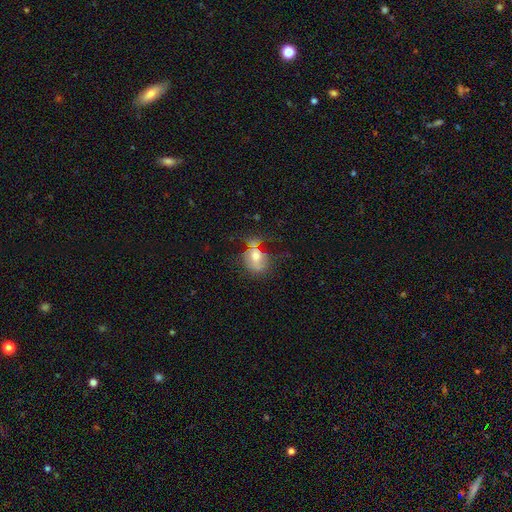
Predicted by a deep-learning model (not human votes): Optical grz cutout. It shows a smooth galaxy with no disk features (53%) that is in between round and cigar-shaped (51%). Merging: none (33%).